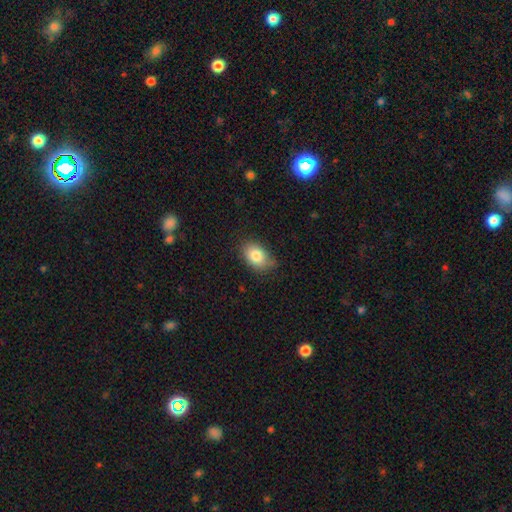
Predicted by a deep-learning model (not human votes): smooth_or_featured: smooth (p=0.83) [alt: featured or disk p=0.09]
how_rounded: in between (p=0.83) [alt: round p=0.16]
merging: none (p=0.73) [alt: minor disturbance p=0.22]